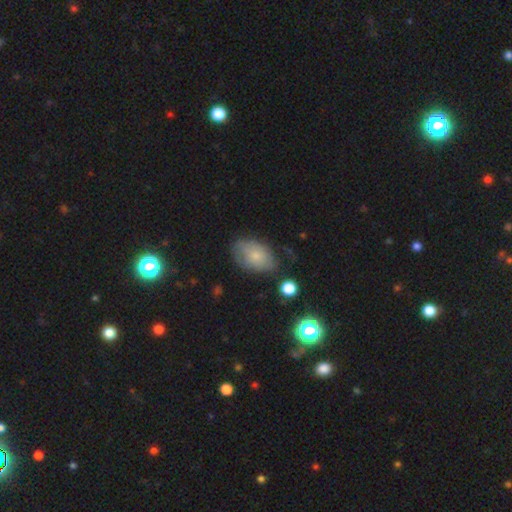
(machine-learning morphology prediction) smooth_or_featured: smooth (p=0.67) [alt: featured or disk p=0.24]
how_rounded: in between (p=0.86) [alt: round p=0.12]
merging: none (p=0.60) [alt: minor disturbance p=0.28]